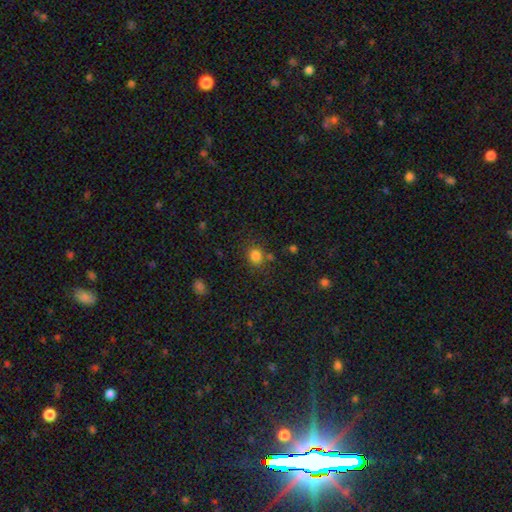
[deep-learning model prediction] The model was most divided on "how rounded": round: 72%, in between: 27%, cigar-shaped: 1%. More confident: smooth or featured — smooth (81%); merging — none (75%).